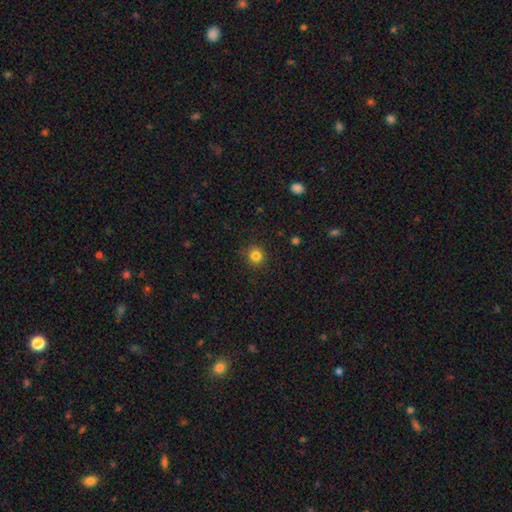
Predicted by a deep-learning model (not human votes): Smooth or featured? smooth (83%)
How rounded? round (93%)
Merging? none (90%)